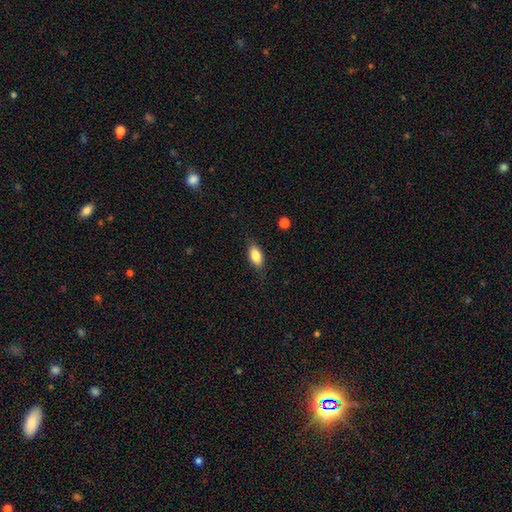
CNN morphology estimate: The model was most divided on "merging": none: 82%, minor disturbance: 13%, major disturbance: 3%, merger: 1%. More confident: how rounded — in between (86%); smooth or featured — smooth (84%).